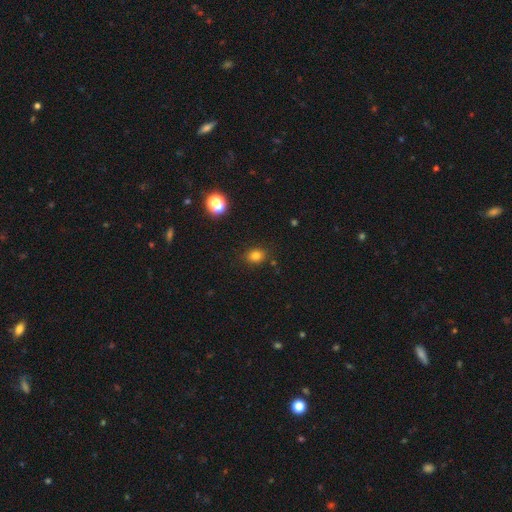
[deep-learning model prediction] smooth-or-featured: smooth: 80% | star or artifact: 14% | featured or disk: 6%
  how-rounded: round: 57% | in between: 42% | cigar-shaped: 1%
  merging: none: 86% | minor disturbance: 9% | major disturbance: 2% | merger: 2%